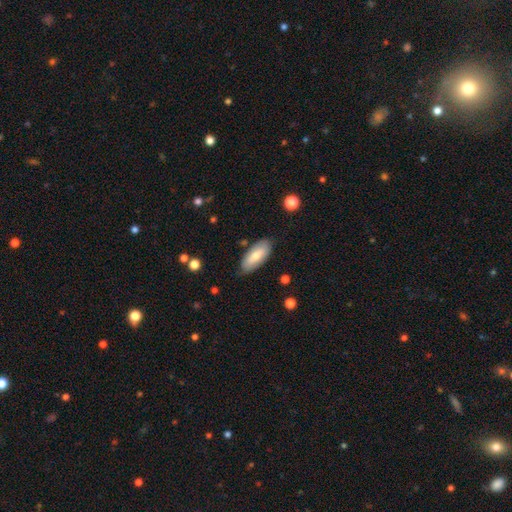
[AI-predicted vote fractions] This appears to be a smooth galaxy with no disk features (69%) that is in between round and cigar-shaped (85%). Merging: none (81%).